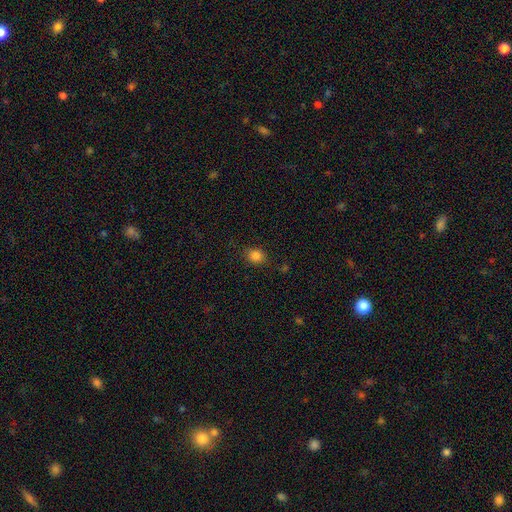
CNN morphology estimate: This is clearly a smooth galaxy (83%). How rounded: likely round (64%). Merging: clearly none (82%).